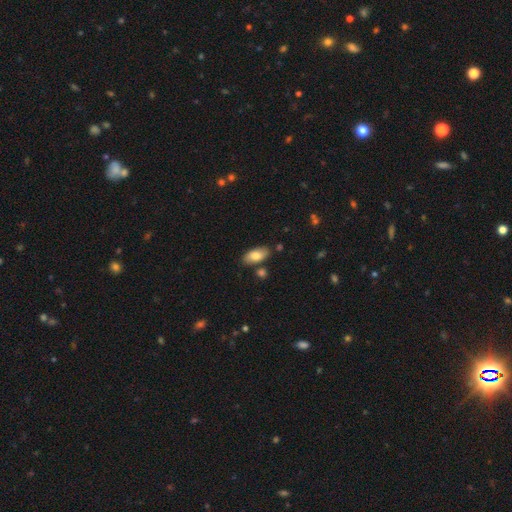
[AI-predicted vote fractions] This appears to be a smooth galaxy with no disk features (80%) that is in between round and cigar-shaped (92%). Merging: none (80%).